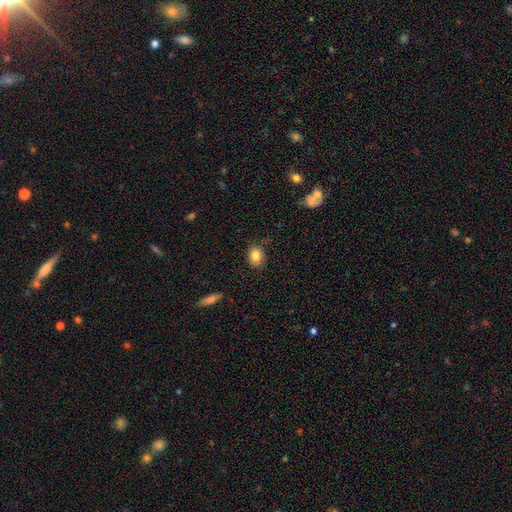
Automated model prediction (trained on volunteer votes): A smooth galaxy with no disk features (84%) that is in between round and cigar-shaped (65%). Merging: none (85%).